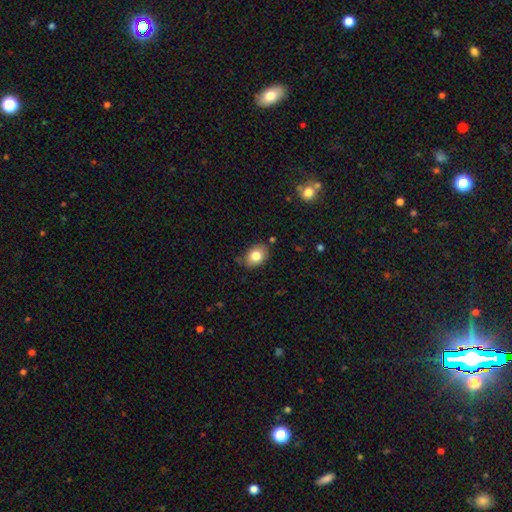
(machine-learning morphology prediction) The model was most divided on "how rounded": in between: 71%, round: 28%, cigar-shaped: 1%. More confident: smooth or featured — smooth (81%); merging — none (77%).